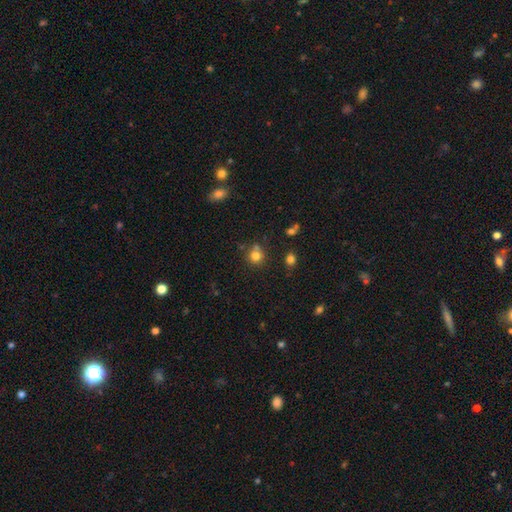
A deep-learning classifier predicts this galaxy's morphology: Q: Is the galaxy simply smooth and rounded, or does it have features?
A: smooth — 78%.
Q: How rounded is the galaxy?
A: round — 89%.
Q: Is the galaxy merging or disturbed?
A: none — 67%.